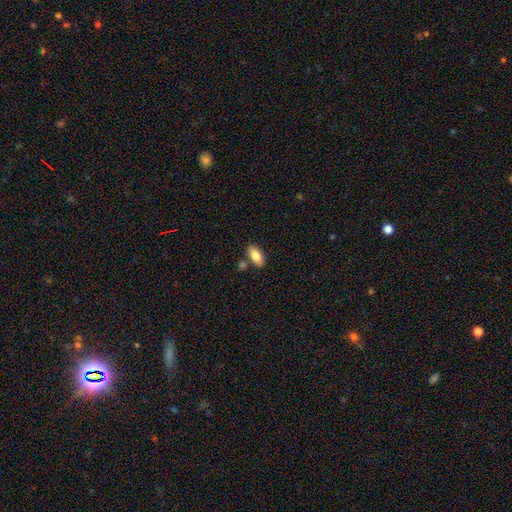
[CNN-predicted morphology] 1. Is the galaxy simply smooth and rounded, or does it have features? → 83% smooth, 10% featured or disk, 7% star or artifact.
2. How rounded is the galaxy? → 93% in between, 4% cigar-shaped, 3% round.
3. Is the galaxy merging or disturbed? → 79% none, 10% minor disturbance, 9% merger, 2% major disturbance.